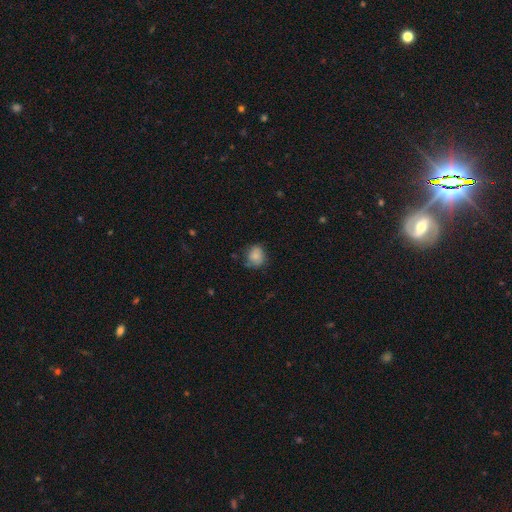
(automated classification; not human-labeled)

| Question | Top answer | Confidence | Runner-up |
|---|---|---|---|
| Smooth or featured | smooth | 80% | featured or disk (11%) |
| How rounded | round | 70% | in between (29%) |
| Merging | none | 66% | minor disturbance (25%) |